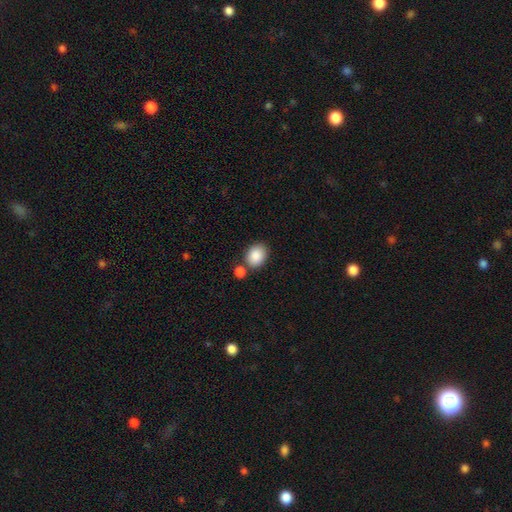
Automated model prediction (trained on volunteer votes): Smooth or featured? smooth (88%)
How rounded? in between (63%)
Merging? none (67%)